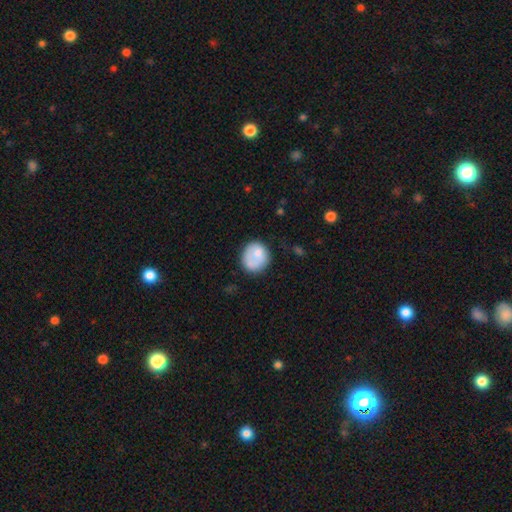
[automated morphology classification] Overall: smooth (74%). How rounded: round (78%). Merging: none (61%; minor disturbance 22%).